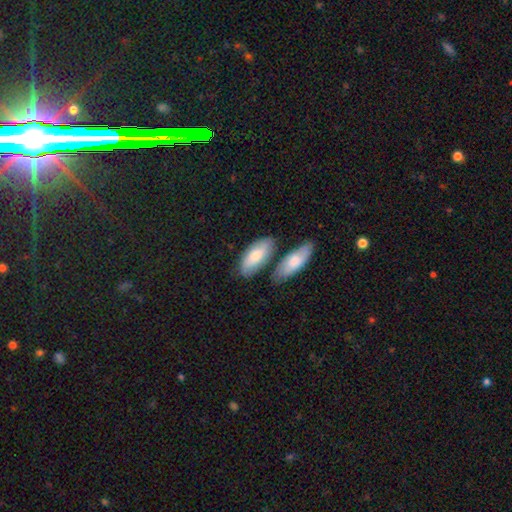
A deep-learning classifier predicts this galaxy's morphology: smooth 73%, featured or disk 21%, star or artifact 5%. Down the decision tree: how rounded — in between (86%); merging — none (62%).